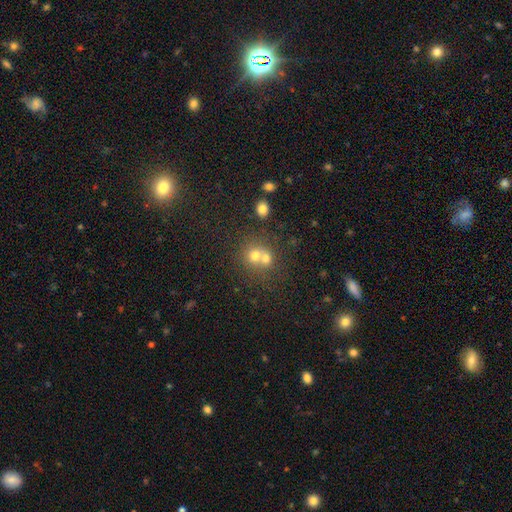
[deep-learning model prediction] Overall: smooth (68%). How rounded: round (81%). Merging: merger (57%; none 35%).